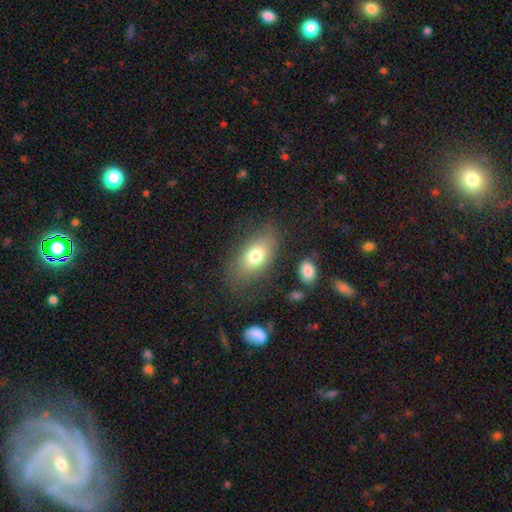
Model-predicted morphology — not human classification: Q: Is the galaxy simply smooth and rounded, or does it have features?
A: smooth — 72%.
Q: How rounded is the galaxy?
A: in between — 87%.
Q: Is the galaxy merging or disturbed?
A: none — 70%.